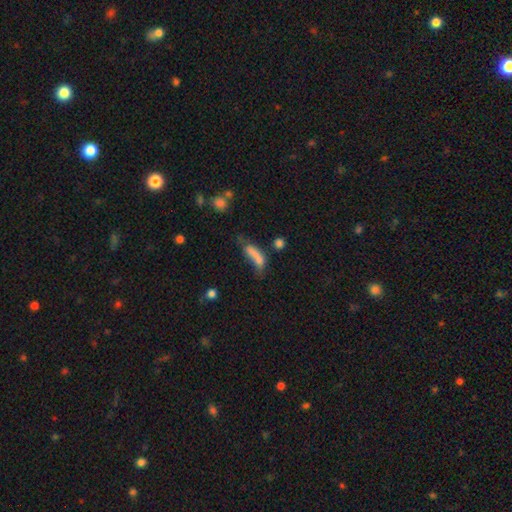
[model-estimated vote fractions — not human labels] Q: Smooth or featured?
A: smooth (67%); runner-up: featured or disk (20%)
Q: How rounded?
A: in between (54%); runner-up: cigar-shaped (39%)
Q: Merging?
A: merger (29%); runner-up: major disturbance (26%)